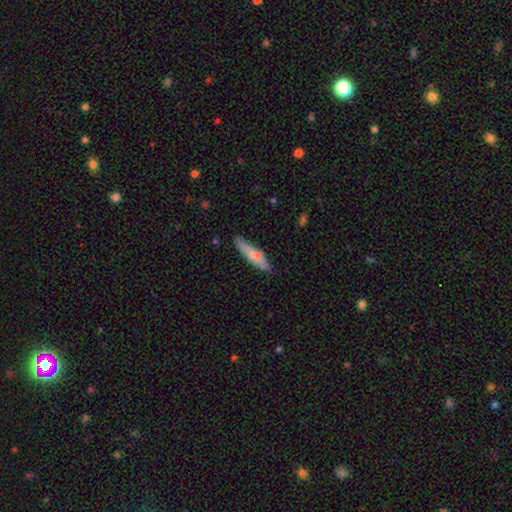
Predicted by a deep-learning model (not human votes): A smooth galaxy with no disk features (70%) that is cigar-shaped (77%).

Vote fractions:
- Smooth or featured? smooth: 70% / featured or disk: 25% / star or artifact: 6%
- How rounded? cigar-shaped: 77% / in between: 21% / round: 2%
- Merging? none: 76% / minor disturbance: 17% / merger: 3% / major disturbance: 3%